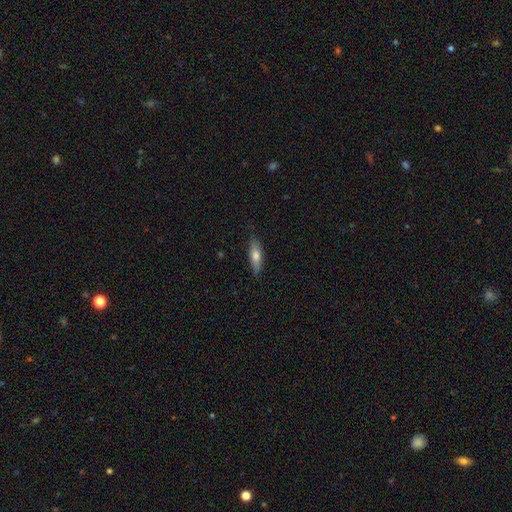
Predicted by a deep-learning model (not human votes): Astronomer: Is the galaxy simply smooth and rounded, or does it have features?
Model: smooth — 70%.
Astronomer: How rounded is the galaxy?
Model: in between — 51% (runner-up: cigar-shaped, 47%).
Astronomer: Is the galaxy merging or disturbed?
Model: none — 80%.